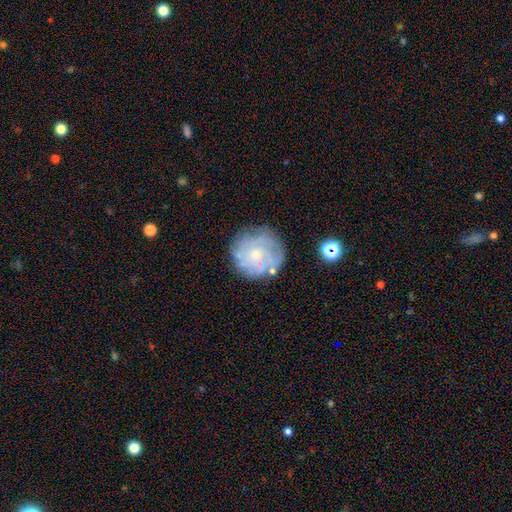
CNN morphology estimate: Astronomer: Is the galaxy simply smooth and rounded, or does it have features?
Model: featured or disk — 58% (runner-up: smooth, 33%).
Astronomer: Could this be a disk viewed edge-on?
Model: no — 97%.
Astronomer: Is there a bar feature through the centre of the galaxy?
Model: no — 84%.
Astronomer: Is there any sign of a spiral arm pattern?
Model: yes — 62% (runner-up: no, 38%).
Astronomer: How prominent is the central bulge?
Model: small — 66%.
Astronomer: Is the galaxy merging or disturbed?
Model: none — 74%.